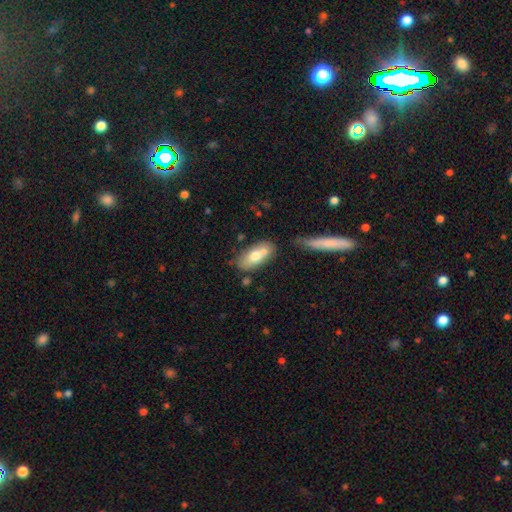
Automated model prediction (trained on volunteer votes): This is likely a smooth galaxy (69%). How rounded: clearly in between (85%). Merging: possibly none (53%).